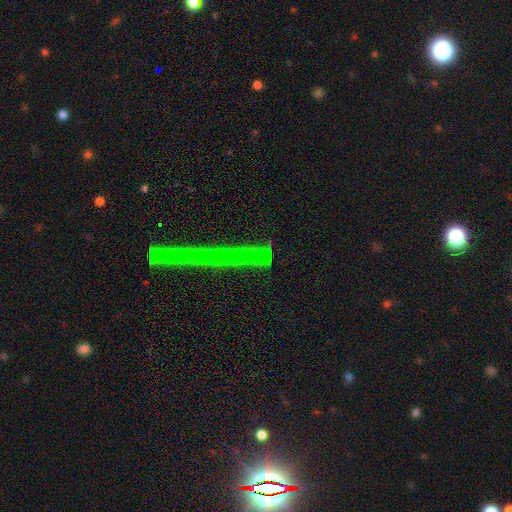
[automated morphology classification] Overall: star or artifact (69%).